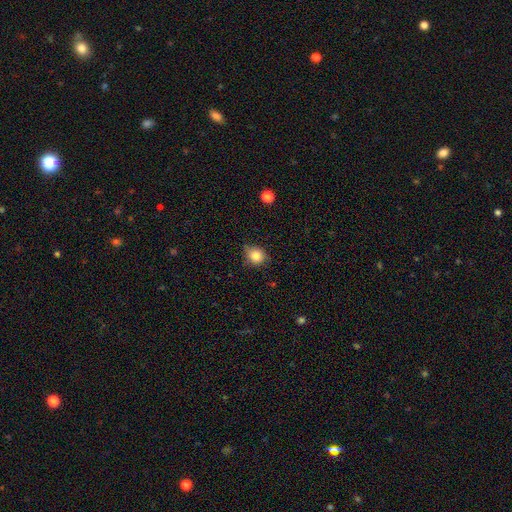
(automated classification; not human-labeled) Overall: smooth (82%). How rounded: round (77%). Merging: none (69%).